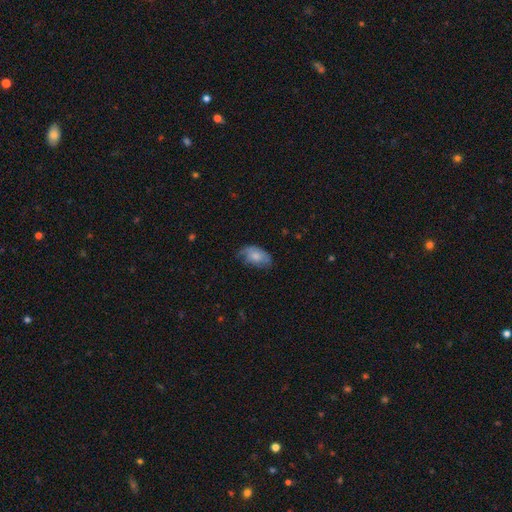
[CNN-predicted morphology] smooth-or-featured: smooth: 64% | featured or disk: 29% | star or artifact: 7%
  how-rounded: in between: 91% | round: 7% | cigar-shaped: 2%
  merging: none: 52% | minor disturbance: 33% | major disturbance: 13% | merger: 1%